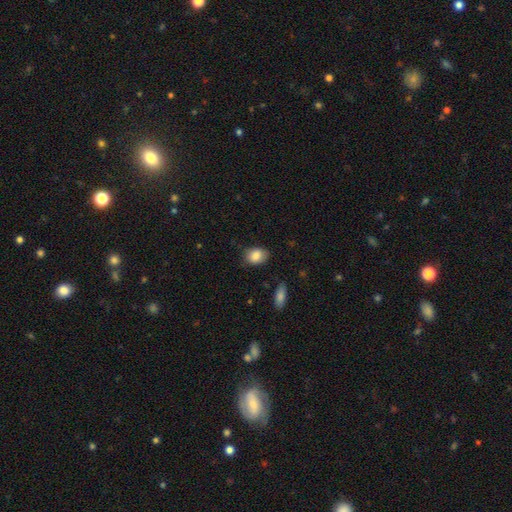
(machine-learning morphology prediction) Smooth or featured: smooth — 86% (star or artifact — 7%)
How rounded: in between — 74% (round — 25%)
Merging: none — 76% (minor disturbance — 19%)